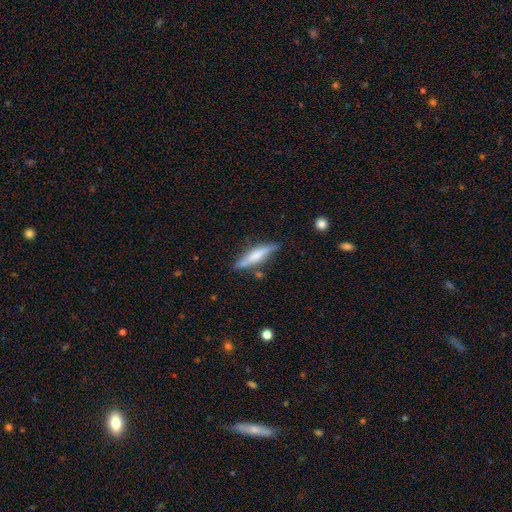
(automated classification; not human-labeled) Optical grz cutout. It shows a smooth galaxy with no disk features (50%). Merging: none (72%).